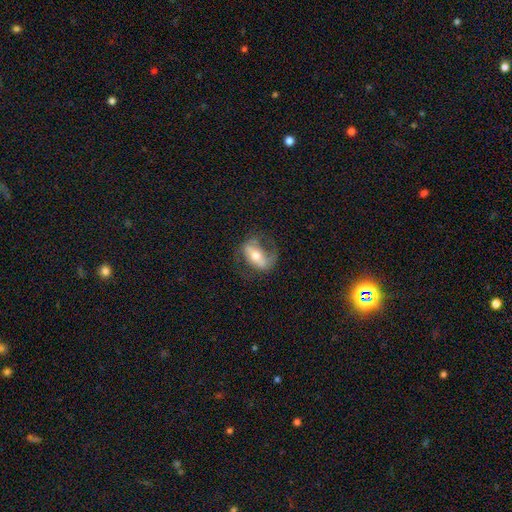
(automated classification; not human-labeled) Morphology: type=featured or disk (59%); edge-on=no (88%); bar=strong (48%); spiral arms=yes (60%); bulge=moderate (64%); merging=none (58%).